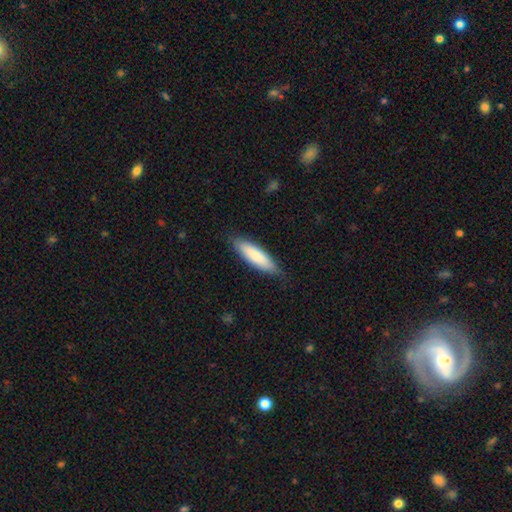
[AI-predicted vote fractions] smooth-or-featured: smooth: 83% | featured or disk: 12% | star or artifact: 5%
  how-rounded: cigar-shaped: 61% | in between: 37% | round: 1%
  merging: none: 83% | minor disturbance: 14% | major disturbance: 2% | merger: 1%